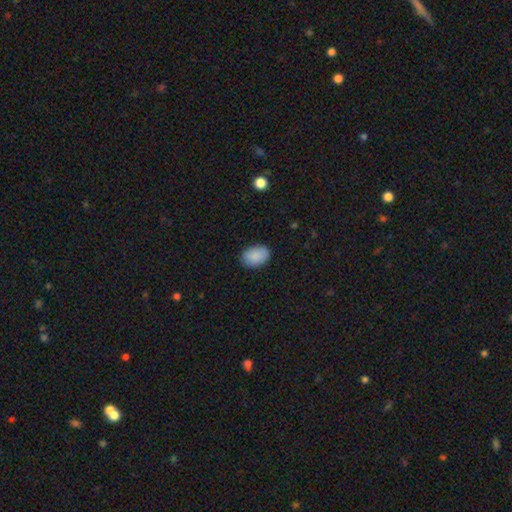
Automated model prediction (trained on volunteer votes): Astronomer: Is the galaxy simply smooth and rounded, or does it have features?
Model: smooth — 89%.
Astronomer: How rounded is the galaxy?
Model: in between — 87%.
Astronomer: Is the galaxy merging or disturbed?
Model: none — 87%.